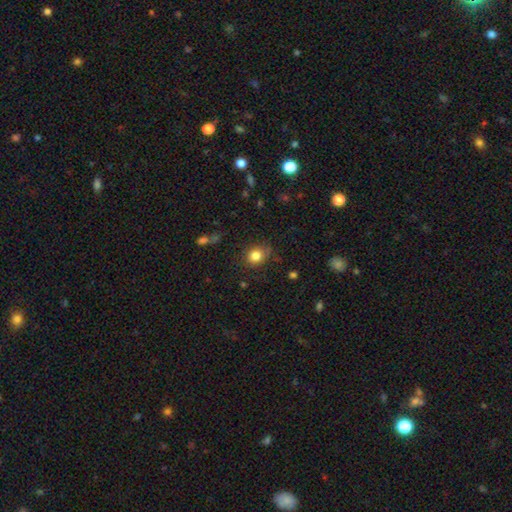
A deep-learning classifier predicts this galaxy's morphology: Smooth or featured?
  - smooth: 83% *
  - star or artifact: 11%
  - featured or disk: 6%
How rounded?
  - round: 70% *
  - in between: 29%
  - cigar-shaped: 1%
Merging?
  - none: 77% *
  - minor disturbance: 17%
  - major disturbance: 5%
  - merger: 2%